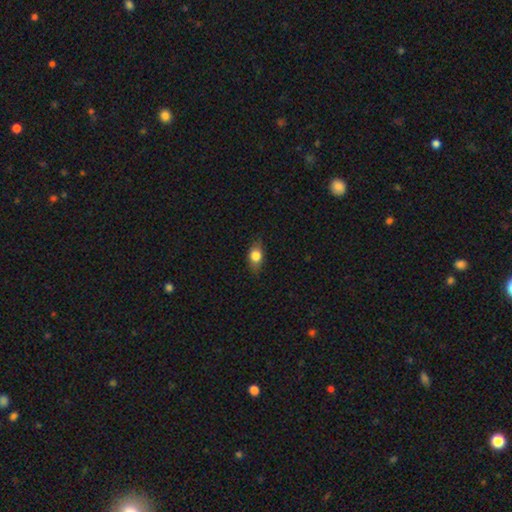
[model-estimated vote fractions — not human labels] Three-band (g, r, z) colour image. It shows a smooth galaxy with no disk features (76%) that is in between round and cigar-shaped (73%). Merging: none (81%).